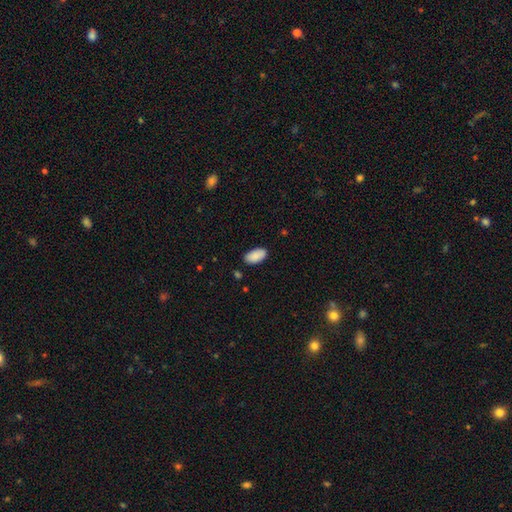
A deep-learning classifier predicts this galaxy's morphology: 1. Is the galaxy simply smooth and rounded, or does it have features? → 89% smooth, 6% star or artifact, 5% featured or disk.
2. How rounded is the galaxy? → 95% in between, 2% round, 2% cigar-shaped.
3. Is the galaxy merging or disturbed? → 86% none, 11% minor disturbance, 2% major disturbance, 1% merger.